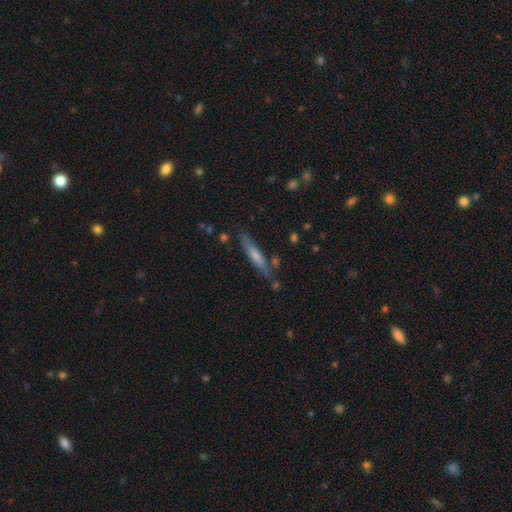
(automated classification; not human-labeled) Q: Smooth or featured?
A: smooth (56%); runner-up: featured or disk (38%)
Q: How rounded?
A: cigar-shaped (90%); runner-up: in between (8%)
Q: Merging?
A: none (76%); runner-up: minor disturbance (16%)